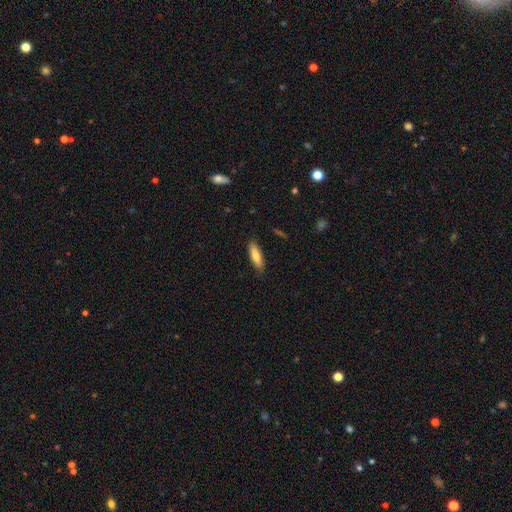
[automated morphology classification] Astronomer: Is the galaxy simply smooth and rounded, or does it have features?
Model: smooth — 74%.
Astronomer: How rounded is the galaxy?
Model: cigar-shaped — 61% (runner-up: in between, 37%).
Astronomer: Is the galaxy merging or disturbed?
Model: none — 85%.